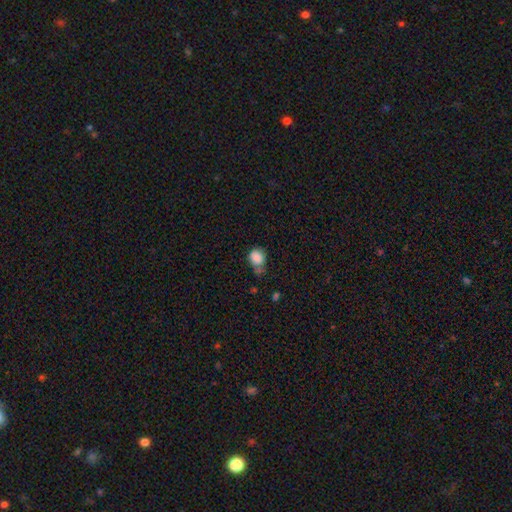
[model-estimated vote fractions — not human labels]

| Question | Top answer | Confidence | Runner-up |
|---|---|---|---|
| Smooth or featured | smooth | 85% | star or artifact (9%) |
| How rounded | round | 68% | in between (31%) |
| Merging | none | 46% | minor disturbance (30%) |